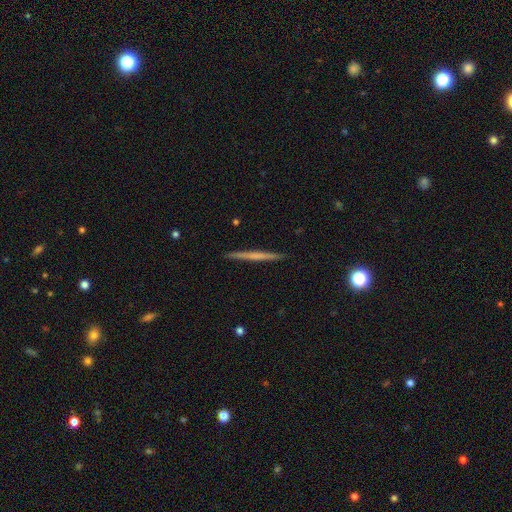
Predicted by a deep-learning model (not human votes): smooth-or-featured: featured or disk: 51% | smooth: 43% | star or artifact: 6%
  disk-edge-on: yes: 98% | no: 2%
    edge-on-bulge: none: 83% | rounded: 12% | boxy: 5%
  merging: none: 93% | minor disturbance: 5% | major disturbance: 1% | merger: 1%